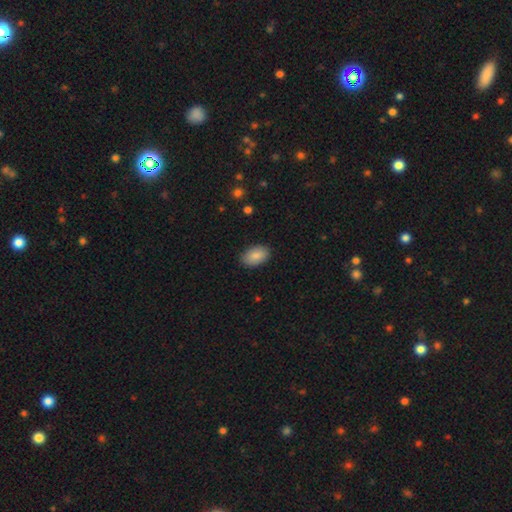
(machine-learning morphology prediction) Smooth or featured? smooth (88%)
How rounded? in between (93%)
Merging? none (86%)